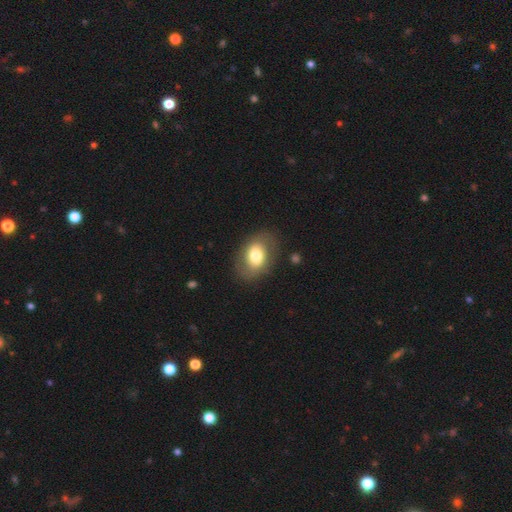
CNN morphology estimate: A smooth galaxy with no disk features (65%) that is in between round and cigar-shaped (79%). Merging: none (79%).